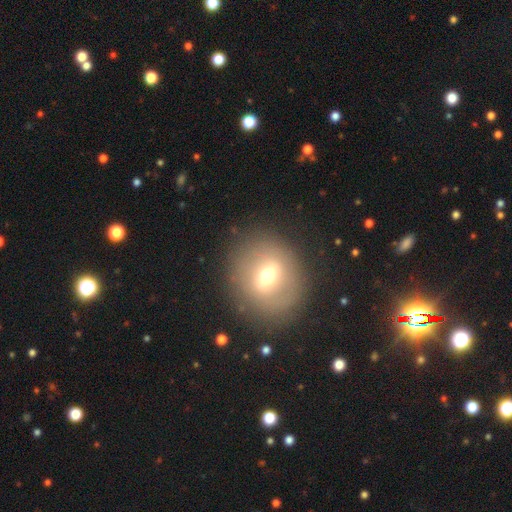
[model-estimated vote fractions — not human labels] smooth 49%, featured or disk 36%, star or artifact 15%. Down the decision tree: merging — none (83%).